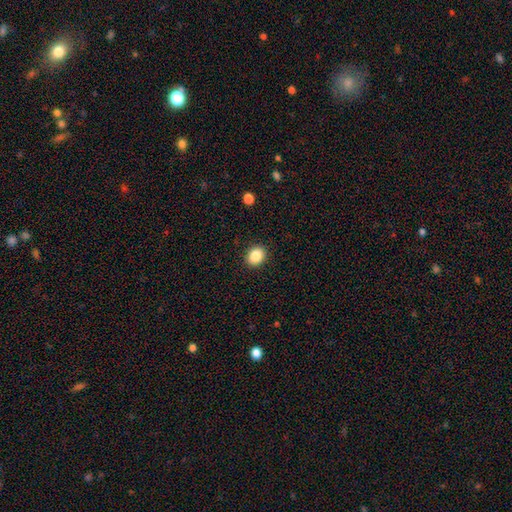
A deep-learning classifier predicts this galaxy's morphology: A smooth galaxy with no disk features (86%) that is round (60%).

Vote fractions:
- Smooth or featured? smooth: 86% / star or artifact: 9% / featured or disk: 4%
- How rounded? round: 60% / in between: 39% / cigar-shaped: 1%
- Merging? none: 91% / minor disturbance: 6% / major disturbance: 2% / merger: 1%